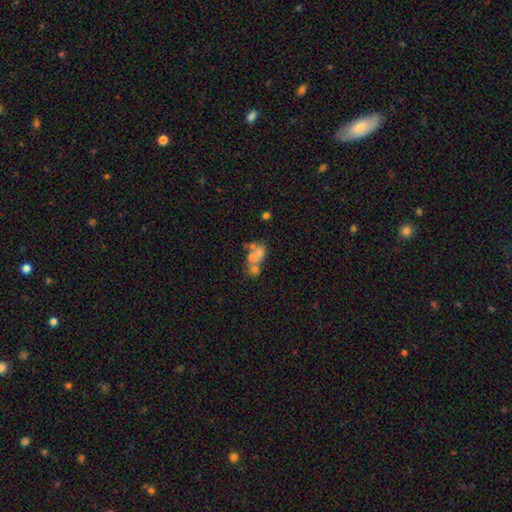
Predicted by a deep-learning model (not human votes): The model was most divided on "smooth or featured": smooth: 47%, featured or disk: 39%, star or artifact: 14%. More confident: merging — merger (58%).